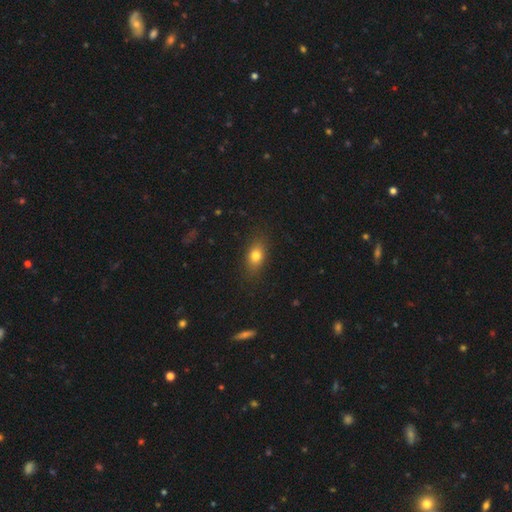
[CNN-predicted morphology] A smooth galaxy with no disk features (78%) that is in between round and cigar-shaped (75%).

Vote fractions:
- Smooth or featured? smooth: 78% / featured or disk: 11% / star or artifact: 10%
- How rounded? in between: 75% / round: 18% / cigar-shaped: 7%
- Merging? none: 84% / minor disturbance: 11% / major disturbance: 3% / merger: 1%